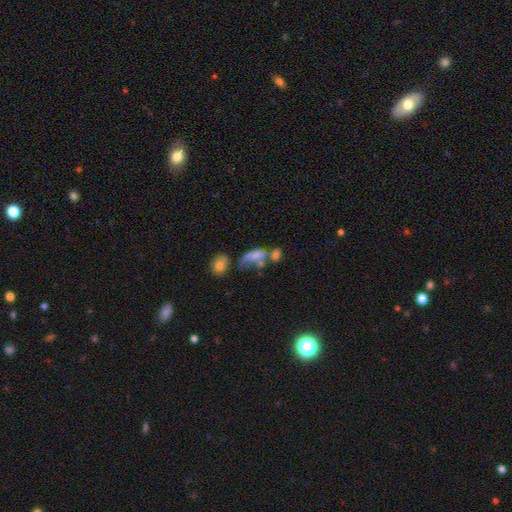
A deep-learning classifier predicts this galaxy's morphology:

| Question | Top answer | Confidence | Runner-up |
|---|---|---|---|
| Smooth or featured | smooth | 45% | featured or disk (34%) |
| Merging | merger | 42% | none (24%) |